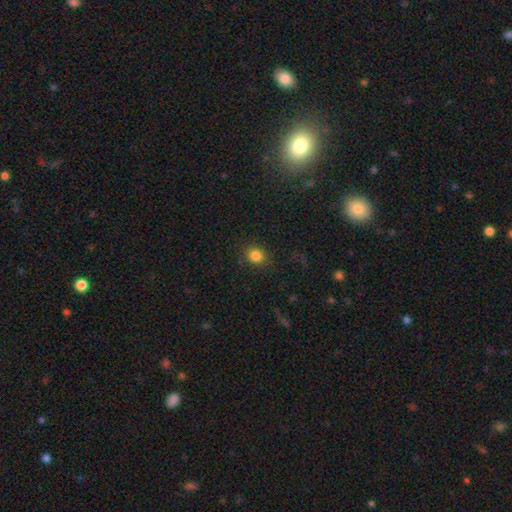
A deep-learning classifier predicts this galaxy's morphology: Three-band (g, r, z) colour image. It shows a smooth galaxy with no disk features (83%) that is round (80%). Merging: none (85%).